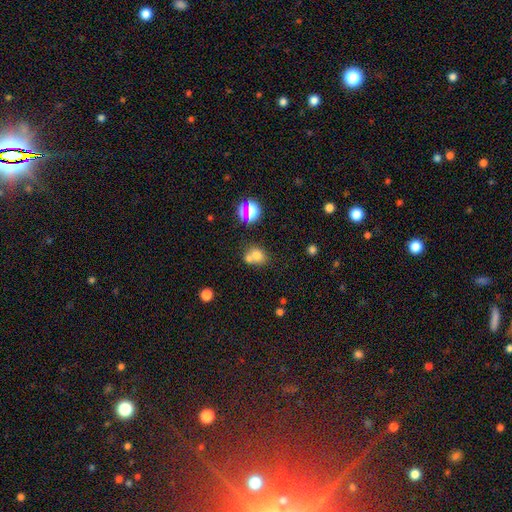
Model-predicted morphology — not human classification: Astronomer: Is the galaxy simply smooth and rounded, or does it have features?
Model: smooth — 69%.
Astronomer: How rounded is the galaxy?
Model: round — 61% (runner-up: in between, 38%).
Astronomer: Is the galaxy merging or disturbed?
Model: merger — 47% (runner-up: none, 40%).